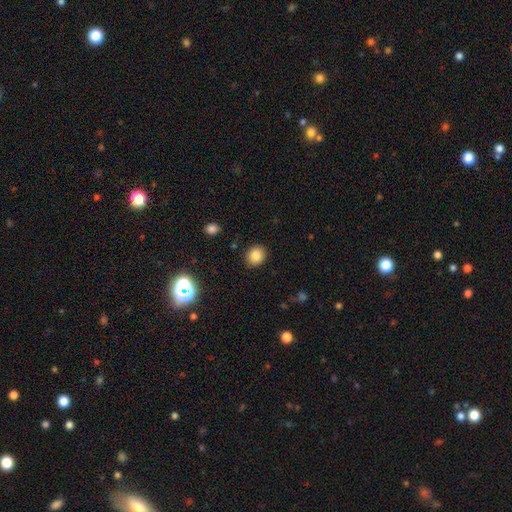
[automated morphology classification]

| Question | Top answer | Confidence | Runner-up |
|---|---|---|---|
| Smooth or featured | smooth | 83% | star or artifact (12%) |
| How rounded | round | 80% | in between (19%) |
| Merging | none | 89% | minor disturbance (7%) |